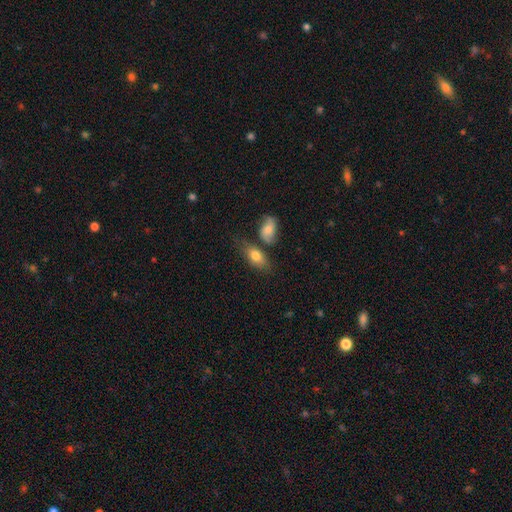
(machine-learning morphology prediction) type=smooth (77%); roundness=in between (87%); merging=none (52%).